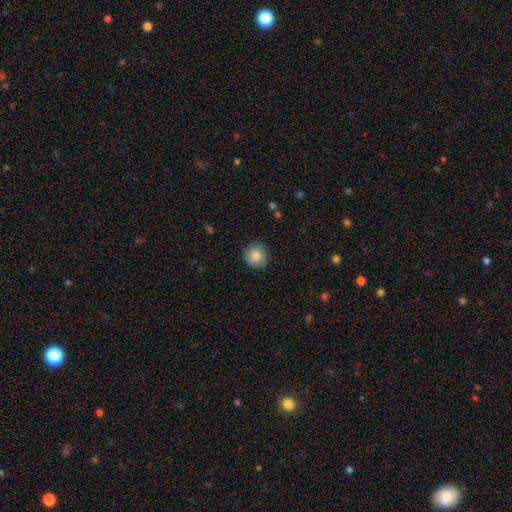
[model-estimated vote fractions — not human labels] Smooth or featured: smooth — 83% (featured or disk — 9%)
How rounded: round — 89% (in between — 10%)
Merging: none — 86% (minor disturbance — 11%)